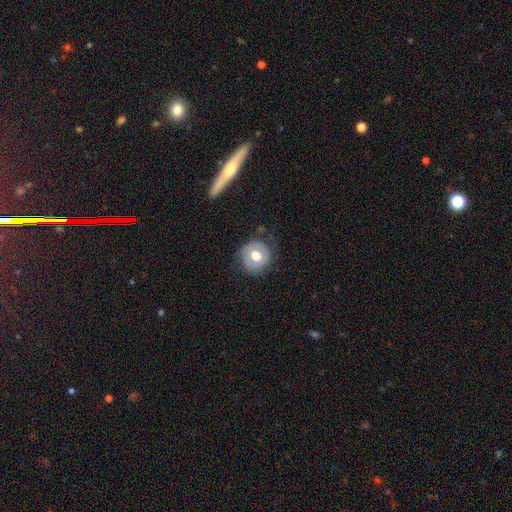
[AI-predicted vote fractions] This appears to be a smooth galaxy with no disk features (57%) that is round (89%). Merging: none (78%).